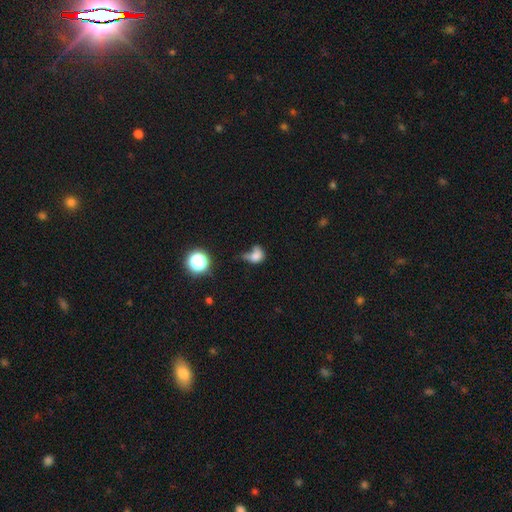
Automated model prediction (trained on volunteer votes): Q: Smooth or featured?
A: smooth (68%); runner-up: featured or disk (17%)
Q: How rounded?
A: in between (53%); runner-up: round (44%)
Q: Merging?
A: major disturbance (37%); runner-up: minor disturbance (23%)